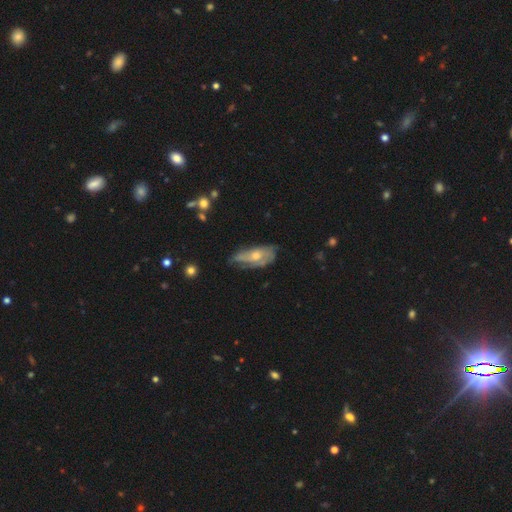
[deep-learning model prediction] Overall: featured or disk (58%; smooth 34%). Edge-on disk: no (83%). Merging: none (49%; minor disturbance 34%).